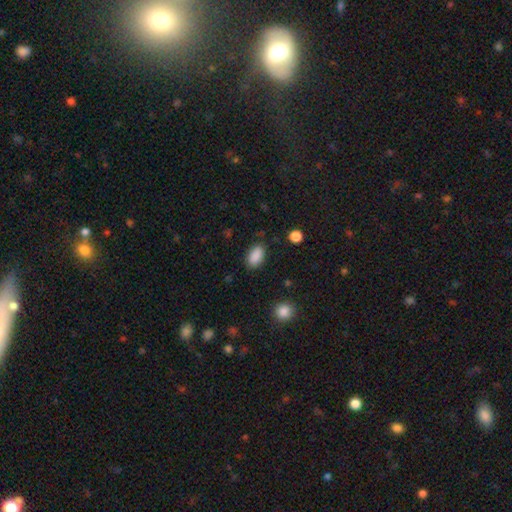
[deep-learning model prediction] smooth 89%, star or artifact 8%, featured or disk 3%. Down the decision tree: how rounded — in between (92%); merging — none (84%).